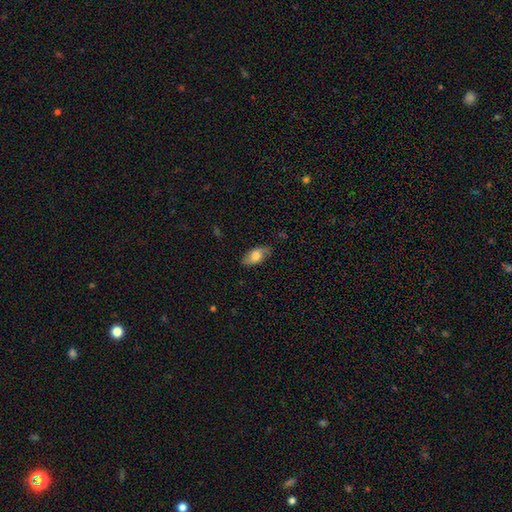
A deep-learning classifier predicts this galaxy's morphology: Q: Smooth or featured?
A: smooth (62%); runner-up: featured or disk (31%)
Q: How rounded?
A: in between (89%); runner-up: cigar-shaped (6%)
Q: Merging?
A: none (78%); runner-up: minor disturbance (17%)